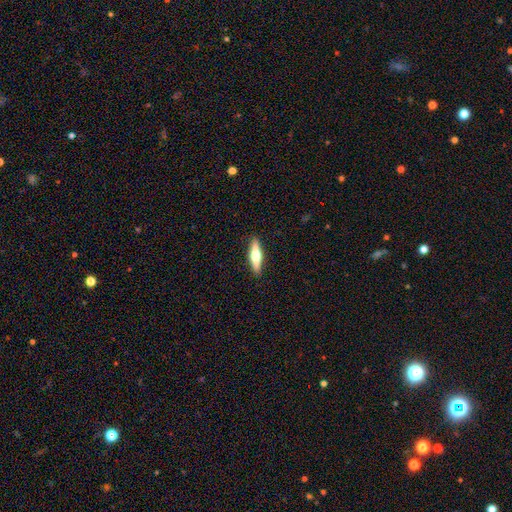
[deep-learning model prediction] A featured or disk galaxy (55%) viewed edge-on (95%) with a rounded central bulge (95%).

Vote fractions:
- Smooth or featured? featured or disk: 55% / smooth: 40% / star or artifact: 5%
- Edge-on disk? yes: 95% / no: 5%
- Edge-on bulge? rounded: 95% / boxy: 3% / none: 2%
- Merging? none: 91% / minor disturbance: 7% / major disturbance: 1% / merger: 1%